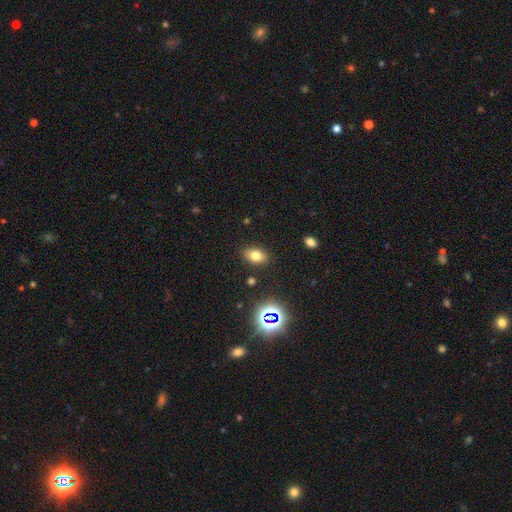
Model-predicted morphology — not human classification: Smooth or featured? Predicted: smooth (p=0.75). How rounded? Predicted: in between (p=0.85). Merging? Predicted: none (p=0.86).